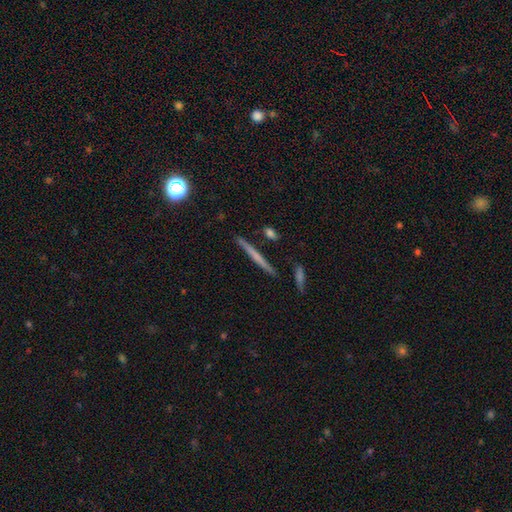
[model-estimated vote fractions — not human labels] A featured or disk galaxy (48%).

Vote fractions:
- Smooth or featured? featured or disk: 48% / smooth: 44% / star or artifact: 8%
- Merging? none: 87% / minor disturbance: 8% / merger: 3% / major disturbance: 2%